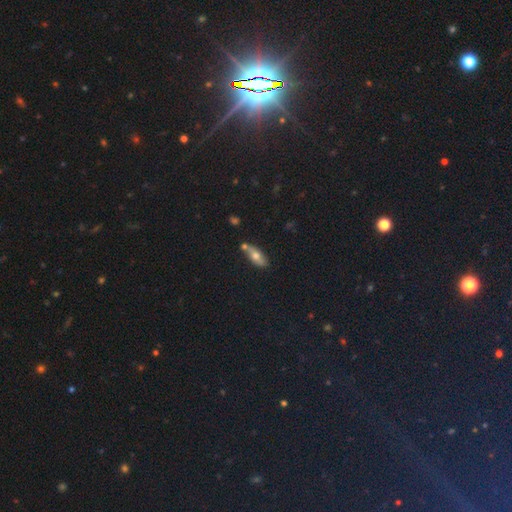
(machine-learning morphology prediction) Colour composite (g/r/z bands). It shows a smooth galaxy with no disk features (55%) that is in between round and cigar-shaped (70%). Merging: none (65%).